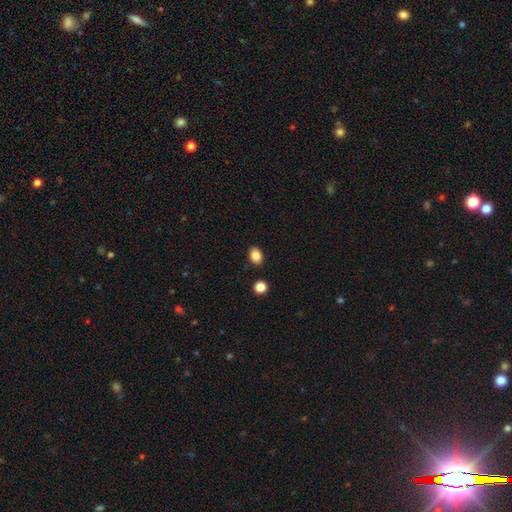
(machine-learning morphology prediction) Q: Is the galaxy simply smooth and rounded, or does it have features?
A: smooth — 87%.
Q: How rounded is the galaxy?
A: in between — 73%.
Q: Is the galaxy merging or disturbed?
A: none — 87%.